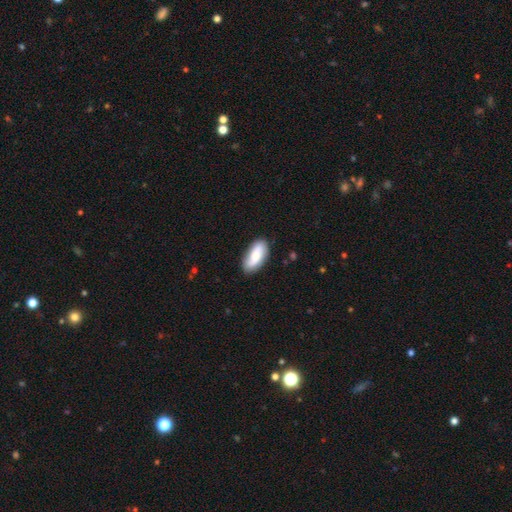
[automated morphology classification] A smooth galaxy with no disk features (65%) that is in between round and cigar-shaped (89%). Merging: none (80%).